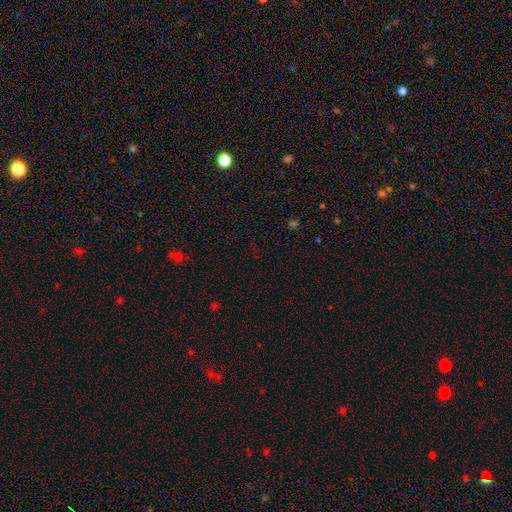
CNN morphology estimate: star or artifact 69%, smooth 23%, featured or disk 8%.